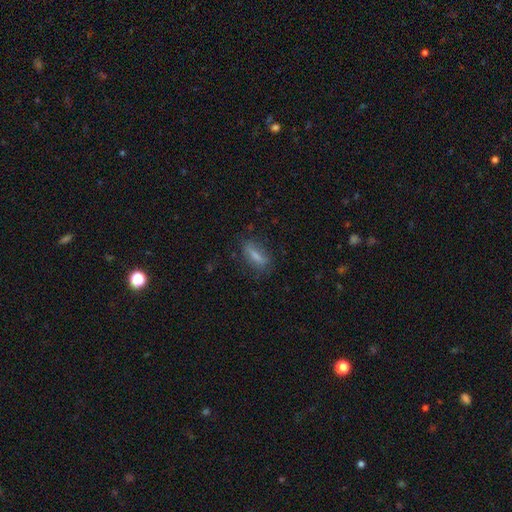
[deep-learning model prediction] Q: Smooth or featured?
A: smooth (62%); runner-up: featured or disk (28%)
Q: How rounded?
A: in between (49%); runner-up: cigar-shaped (47%)
Q: Merging?
A: none (72%); runner-up: minor disturbance (18%)